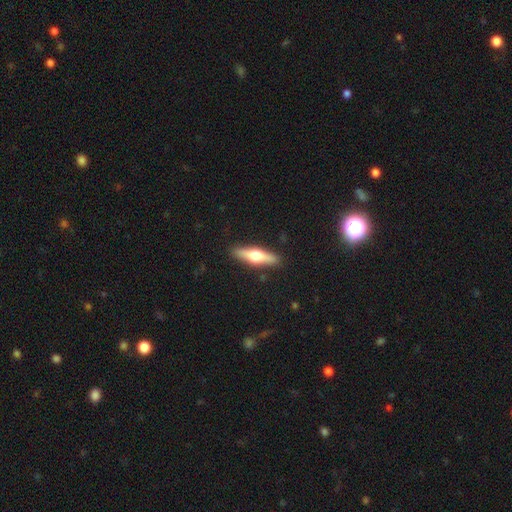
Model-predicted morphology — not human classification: Overall: featured or disk (55%; smooth 40%). Edge-on disk: yes (94%). Edge-on bulge: rounded (95%). Merging: none (90%).